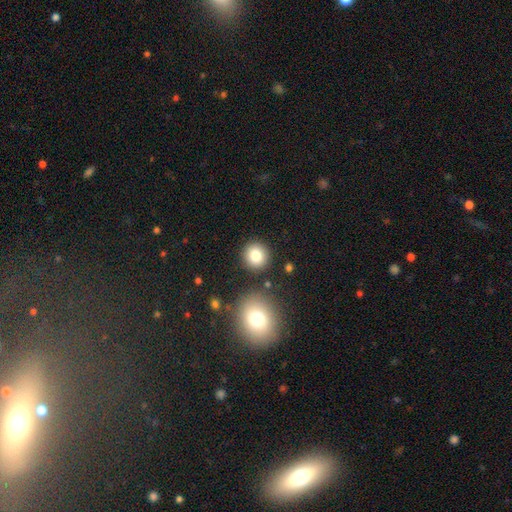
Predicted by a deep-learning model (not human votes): Q: Smooth or featured?
A: smooth (82%); runner-up: star or artifact (11%)
Q: How rounded?
A: round (91%); runner-up: in between (8%)
Q: Merging?
A: none (86%); runner-up: minor disturbance (7%)